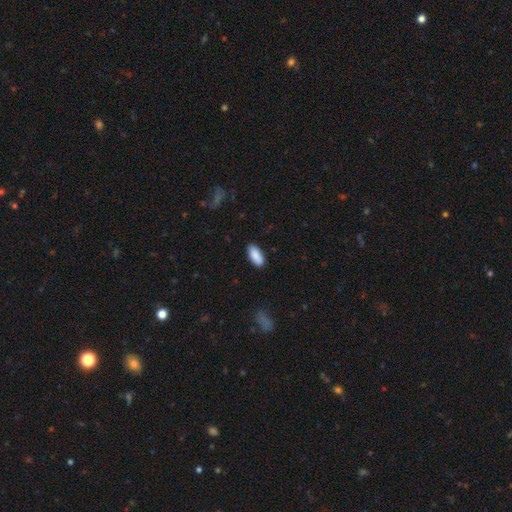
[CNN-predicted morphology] Overall: smooth (89%). How rounded: in between (89%). Merging: none (87%).